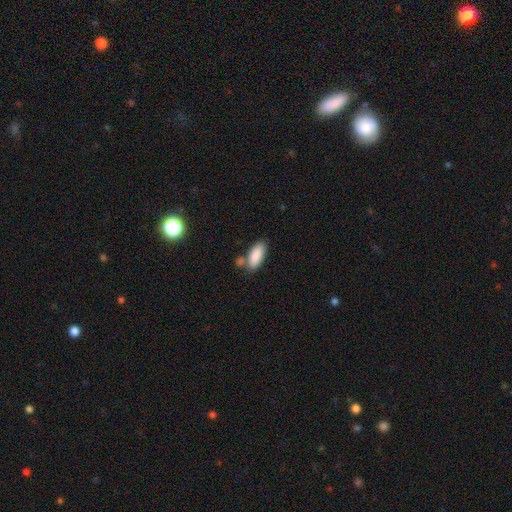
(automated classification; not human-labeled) Smooth or featured: smooth — 88% (star or artifact — 6%)
How rounded: in between — 84% (cigar-shaped — 14%)
Merging: none — 61% (merger — 19%)